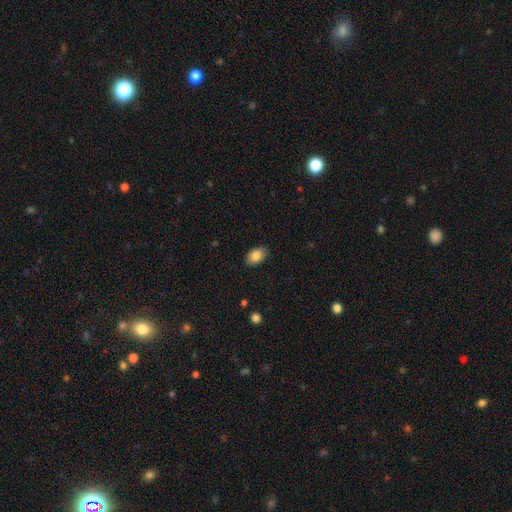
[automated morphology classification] The model was most divided on "how rounded": in between: 88%, round: 11%, cigar-shaped: 1%. More confident: merging — none (87%); smooth or featured — smooth (86%).